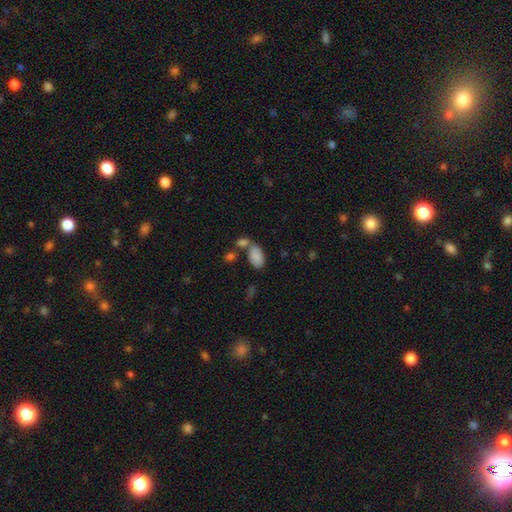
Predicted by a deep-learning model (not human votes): A smooth galaxy with no disk features (86%) that is in between round and cigar-shaped (94%).

Vote fractions:
- Smooth or featured? smooth: 86% / star or artifact: 8% / featured or disk: 6%
- How rounded? in between: 94% / round: 4% / cigar-shaped: 2%
- Merging? none: 47% / merger: 34% / minor disturbance: 13% / major disturbance: 6%